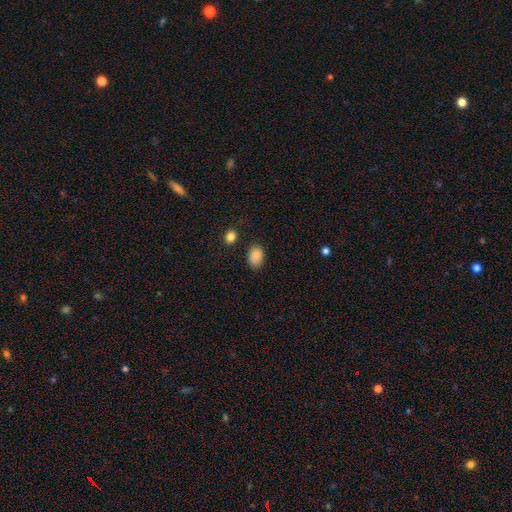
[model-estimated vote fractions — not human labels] Smooth or featured?
  - smooth: 86% *
  - star or artifact: 8%
  - featured or disk: 6%
How rounded?
  - in between: 85% *
  - round: 14%
  - cigar-shaped: 1%
Merging?
  - none: 79% *
  - minor disturbance: 15%
  - major disturbance: 3%
  - merger: 3%